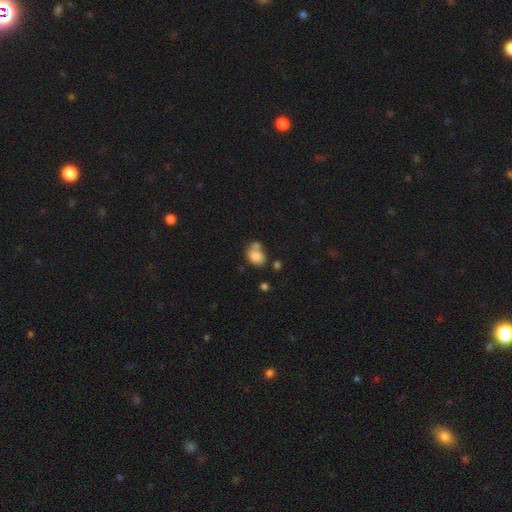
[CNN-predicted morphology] This is clearly a smooth galaxy (81%). How rounded: likely in between (64%). Merging: marginally none (40%).